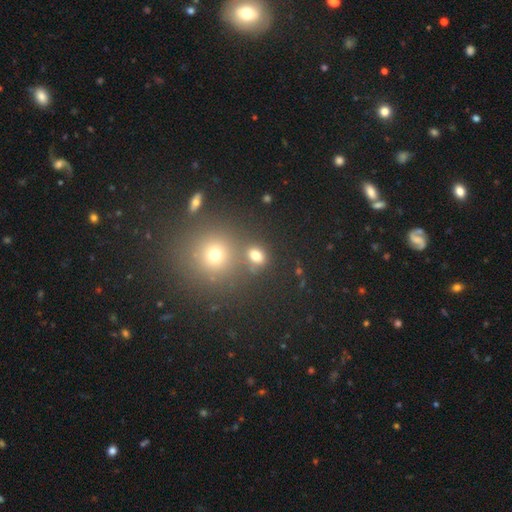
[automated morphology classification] This appears to be a smooth galaxy with no disk features (74%) that is in between round and cigar-shaped (53%). Merging: none (66%).